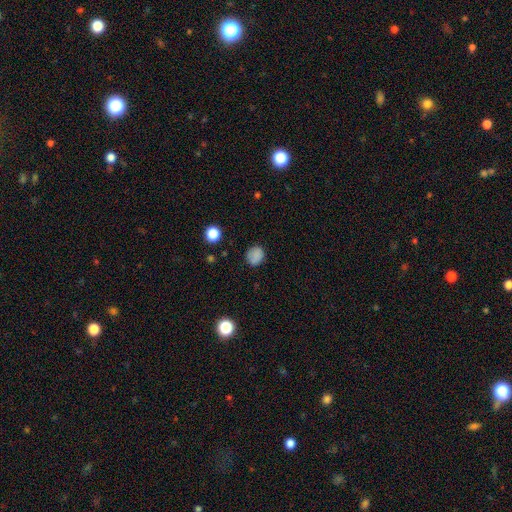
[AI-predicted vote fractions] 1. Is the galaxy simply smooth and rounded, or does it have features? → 82% smooth, 13% star or artifact, 6% featured or disk.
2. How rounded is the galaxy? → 76% round, 23% in between, 1% cigar-shaped.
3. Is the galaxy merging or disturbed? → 80% none, 14% minor disturbance, 4% major disturbance, 2% merger.